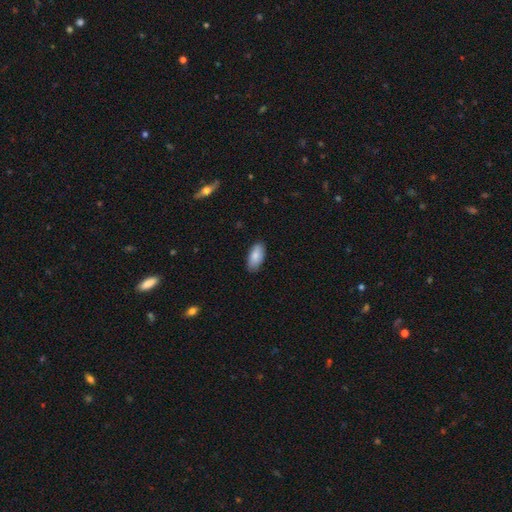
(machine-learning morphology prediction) smooth 86%, featured or disk 8%, star or artifact 6%. Down the decision tree: how rounded — in between (92%); merging — none (85%).